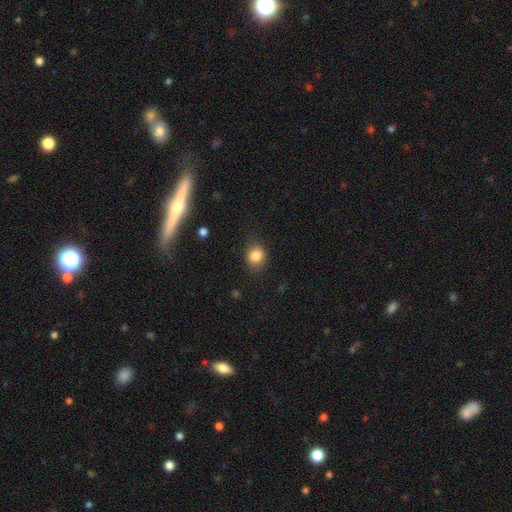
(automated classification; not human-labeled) This is clearly a smooth galaxy (82%). How rounded: likely round (67%). Merging: clearly none (81%).